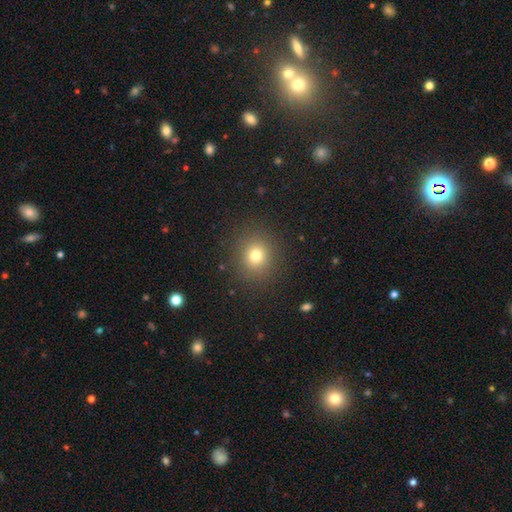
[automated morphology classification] smooth_or_featured: smooth (p=0.76) [alt: star or artifact p=0.16]
how_rounded: round (p=0.84) [alt: in between p=0.15]
merging: none (p=0.89) [alt: minor disturbance p=0.07]